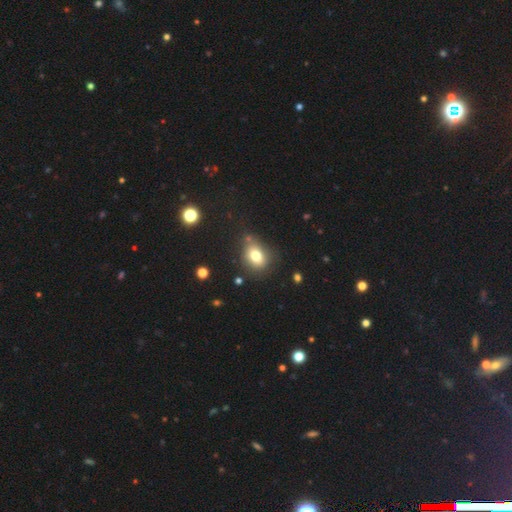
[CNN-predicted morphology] Smooth or featured: smooth — 76% (star or artifact — 12%)
How rounded: in between — 60% (round — 39%)
Merging: none — 67% (minor disturbance — 19%)